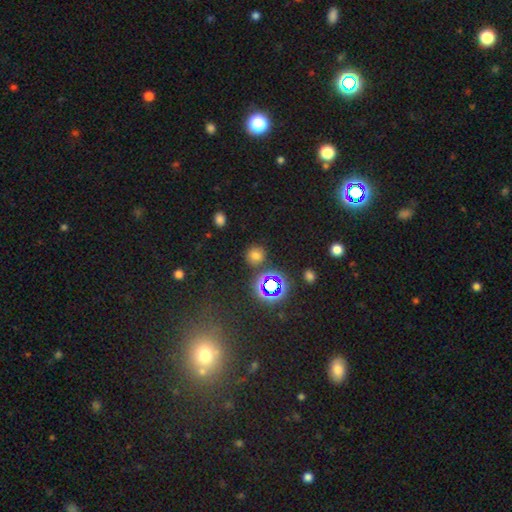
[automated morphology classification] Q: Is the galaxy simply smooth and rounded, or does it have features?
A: smooth — 66%.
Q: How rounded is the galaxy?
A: round — 87%.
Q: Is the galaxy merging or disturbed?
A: none — 83%.